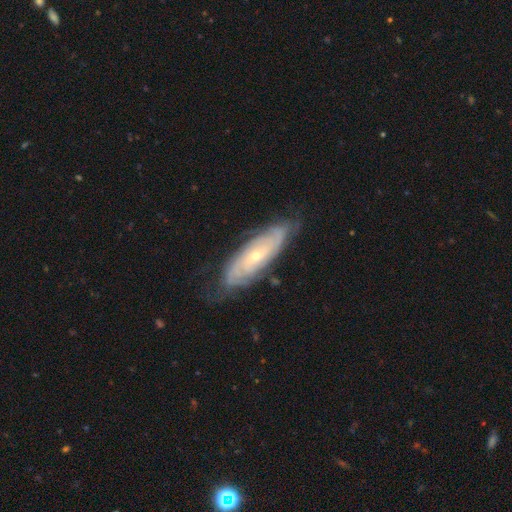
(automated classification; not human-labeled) A featured or disk galaxy (81%) with no bar (73%), tight (73%) spiral arms (93%) and a small central bulge (71%).

Vote fractions:
- Smooth or featured? featured or disk: 81% / smooth: 14% / star or artifact: 6%
- Edge-on disk? no: 86% / yes: 14%
- Bar? no: 73% / weak: 21% / strong: 6%
- Spiral arms? yes: 93% / no: 7%
- Spiral winding? tight: 73% / medium: 22% / loose: 5%
- Spiral arm count? can't tell: 47% / 2: 21% / 3: 12% / 4: 11% / more than 4: 5% / 1: 4%
- Bulge size? small: 71% / moderate: 26% / none: 1% / large: 1% / dominant: 1%
- Merging? none: 72% / minor disturbance: 21% / major disturbance: 6% / merger: 1%